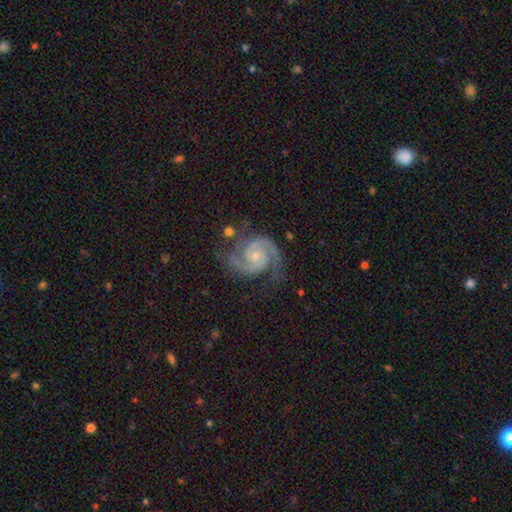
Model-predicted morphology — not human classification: featured or disk 93%, star or artifact 4%, smooth 2%. Down the decision tree: edge-on disk — no (98%); bar — no (67%); spiral arms — yes (99%); spiral arm count — 2 (90%); spiral winding — medium (49%); bulge size — small (66%); merging — none (74%).